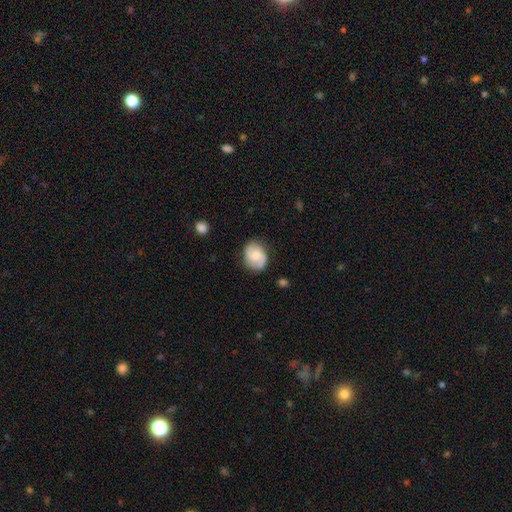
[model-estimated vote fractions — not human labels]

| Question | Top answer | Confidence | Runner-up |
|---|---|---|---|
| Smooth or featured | featured or disk | 52% | smooth (41%) |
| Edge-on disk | no | 98% | yes (2%) |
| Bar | no | 58% | weak (36%) |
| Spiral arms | yes | 90% | no (10%) |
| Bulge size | moderate | 46% | small (39%) |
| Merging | none | 77% | minor disturbance (17%) |